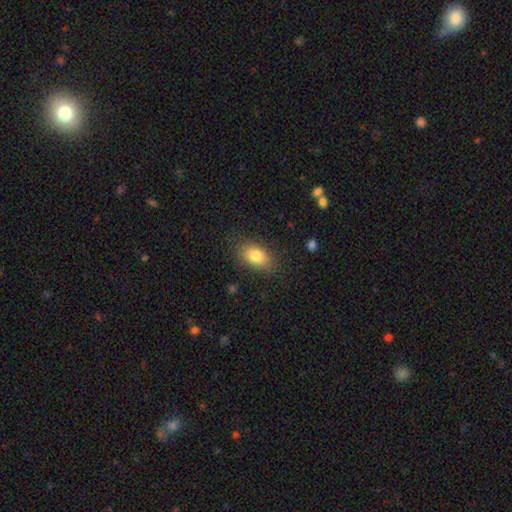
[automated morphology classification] This appears to be a smooth galaxy with no disk features (82%) that is in between round and cigar-shaped (87%). Merging: none (82%).